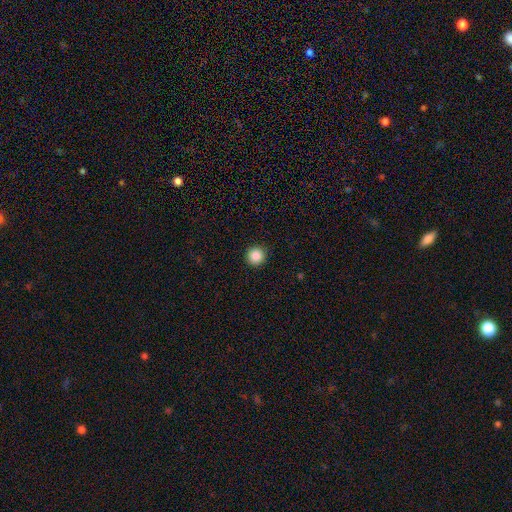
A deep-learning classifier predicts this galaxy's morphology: smooth 88%, star or artifact 9%, featured or disk 3%. Down the decision tree: how rounded — round (95%); merging — none (93%).